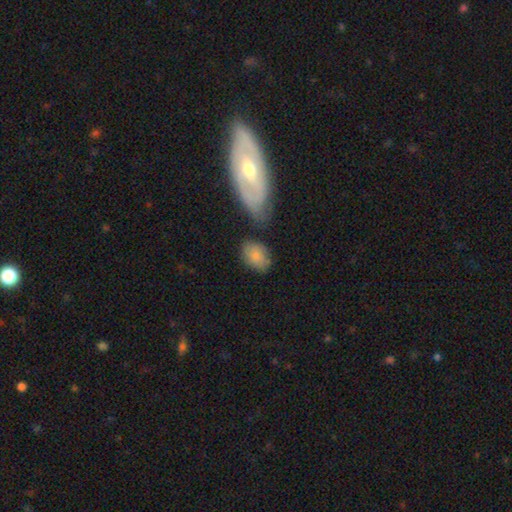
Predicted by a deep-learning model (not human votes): smooth-or-featured: smooth: 79% | featured or disk: 13% | star or artifact: 7%
  how-rounded: in between: 76% | round: 22% | cigar-shaped: 1%
  merging: none: 63% | minor disturbance: 19% | merger: 11% | major disturbance: 7%